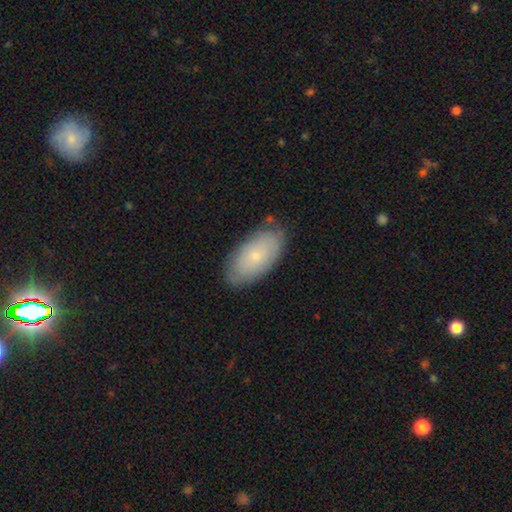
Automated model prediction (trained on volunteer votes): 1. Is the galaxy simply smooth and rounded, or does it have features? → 68% smooth, 25% featured or disk, 7% star or artifact.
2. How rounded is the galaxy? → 94% in between, 3% cigar-shaped, 3% round.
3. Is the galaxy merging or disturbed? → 80% none, 15% minor disturbance, 3% major disturbance, 1% merger.